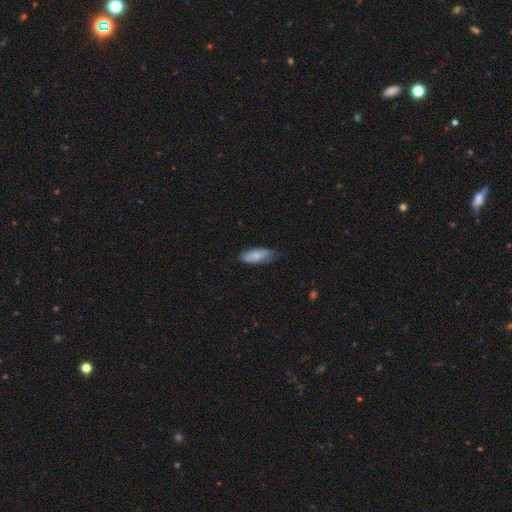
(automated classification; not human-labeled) Q: Smooth or featured?
A: smooth (80%); runner-up: featured or disk (14%)
Q: How rounded?
A: in between (76%); runner-up: cigar-shaped (22%)
Q: Merging?
A: none (68%); runner-up: minor disturbance (26%)